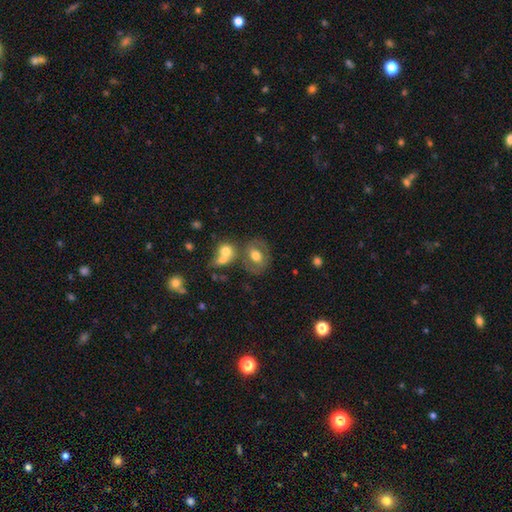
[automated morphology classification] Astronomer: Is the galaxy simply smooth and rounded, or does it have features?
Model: smooth — 51% (runner-up: featured or disk, 40%).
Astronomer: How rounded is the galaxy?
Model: in between — 60% (runner-up: round, 39%).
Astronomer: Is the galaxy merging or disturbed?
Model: none — 59%.